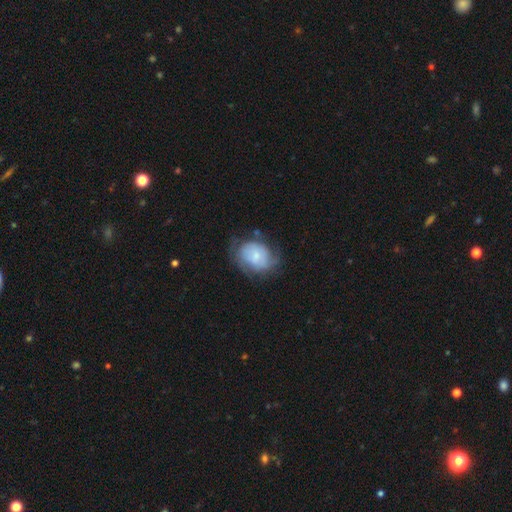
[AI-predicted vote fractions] A smooth galaxy with no disk features (48%).

Vote fractions:
- Smooth or featured? smooth: 48% / featured or disk: 45% / star or artifact: 7%
- Merging? none: 50% / minor disturbance: 29% / major disturbance: 18% / merger: 3%